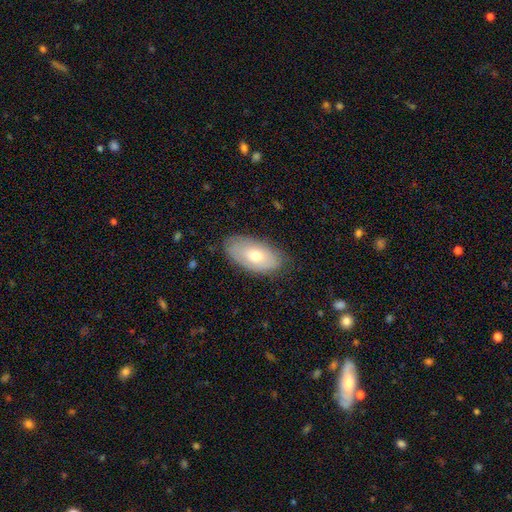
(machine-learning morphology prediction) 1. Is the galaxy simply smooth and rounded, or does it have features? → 63% smooth, 31% featured or disk, 7% star or artifact.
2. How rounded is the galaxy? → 93% in between, 4% round, 3% cigar-shaped.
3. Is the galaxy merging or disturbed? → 78% none, 17% minor disturbance, 4% major disturbance, 1% merger.